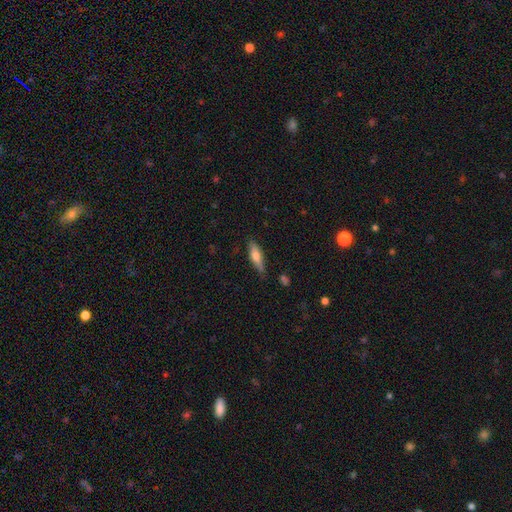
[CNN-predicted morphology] A smooth galaxy with no disk features (64%) that is cigar-shaped (59%). Merging: none (77%).